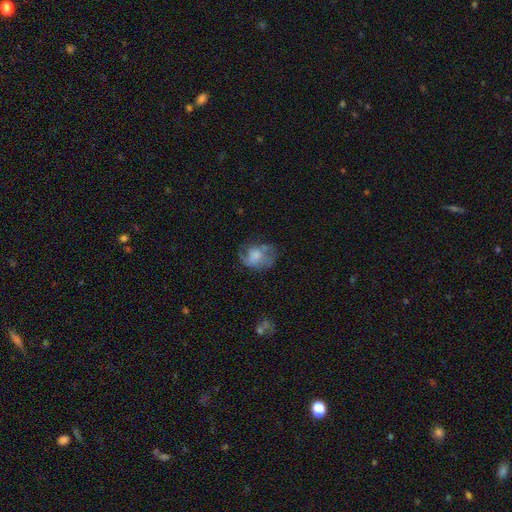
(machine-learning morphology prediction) This is possibly a featured or disk galaxy (48%). Merging: marginally none (43%).